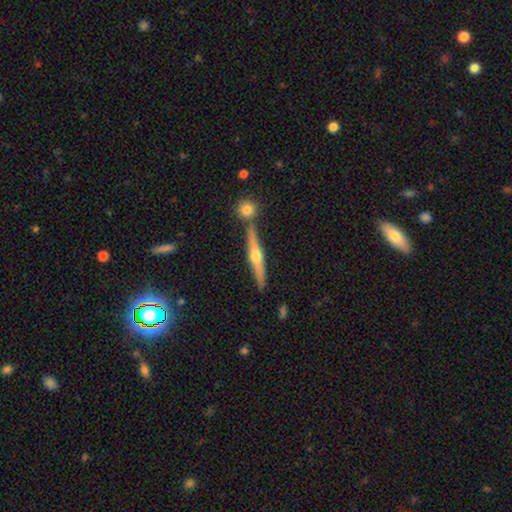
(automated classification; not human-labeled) Smooth or featured? Predicted: featured or disk (p=0.73). Edge-on disk? Predicted: yes (p=0.97). Edge-on bulge? Predicted: rounded (p=0.93). Merging? Predicted: none (p=0.81).